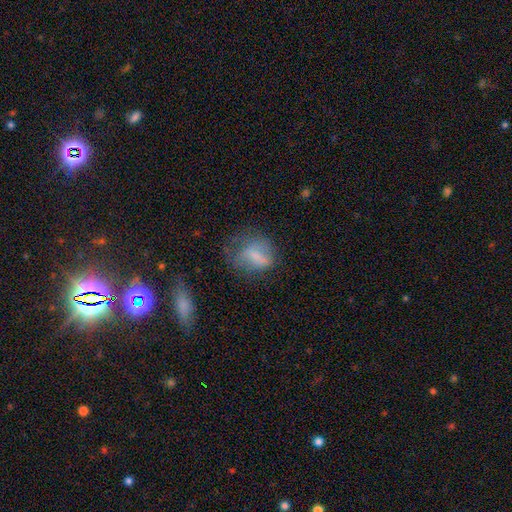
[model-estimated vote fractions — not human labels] Overall: smooth (63%; featured or disk 27%). How rounded: in between (61%; round 36%). Merging: none (39%; major disturbance 30%).